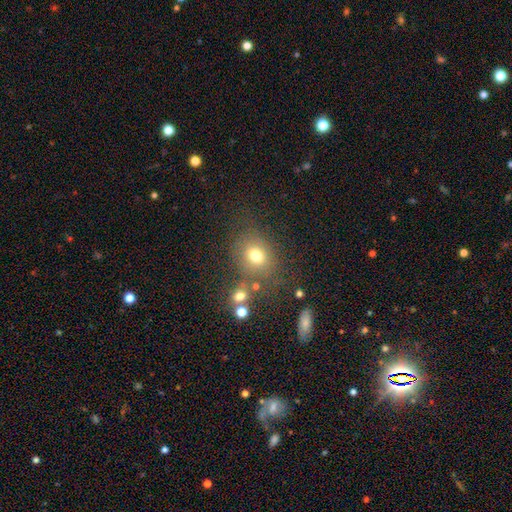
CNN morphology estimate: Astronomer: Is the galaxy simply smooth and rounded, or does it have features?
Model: smooth — 73%.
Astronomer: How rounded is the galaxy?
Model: round — 56% (runner-up: in between, 43%).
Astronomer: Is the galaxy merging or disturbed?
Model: none — 67%.